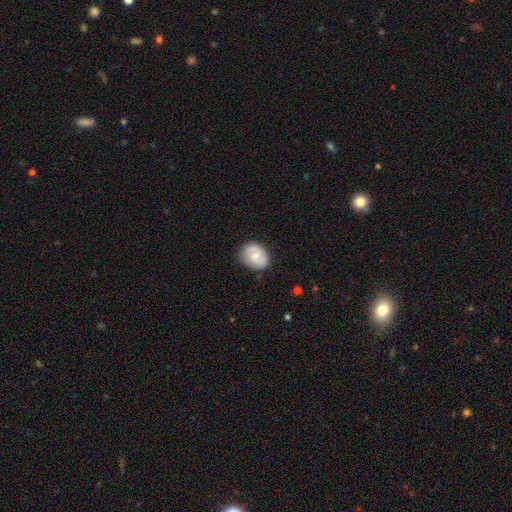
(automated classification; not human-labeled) This appears to be a smooth galaxy with no disk features (60%) that is in between round and cigar-shaped (51%). Merging: none (79%).